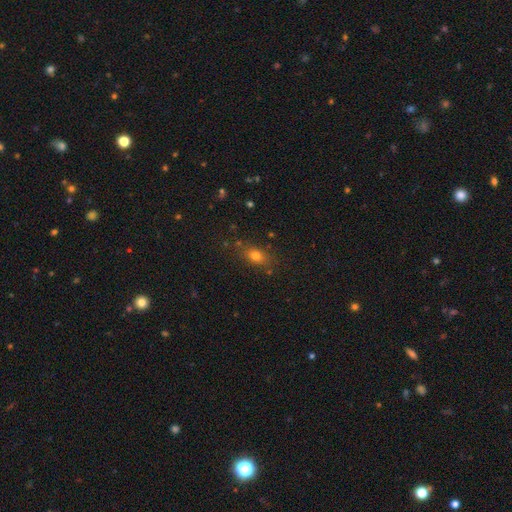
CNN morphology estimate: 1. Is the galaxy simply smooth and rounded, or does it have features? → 75% smooth, 14% star or artifact, 11% featured or disk.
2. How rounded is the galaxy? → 71% in between, 23% round, 6% cigar-shaped.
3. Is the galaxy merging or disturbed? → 77% none, 15% minor disturbance, 5% major disturbance, 4% merger.